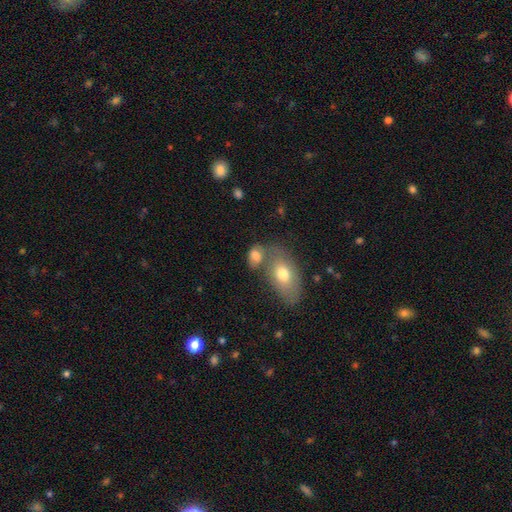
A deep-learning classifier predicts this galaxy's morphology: Smooth or featured?
  - smooth: 75% *
  - featured or disk: 16%
  - star or artifact: 9%
How rounded?
  - in between: 82% *
  - round: 15%
  - cigar-shaped: 3%
Merging?
  - none: 40% *
  - merger: 38%
  - minor disturbance: 15%
  - major disturbance: 7%